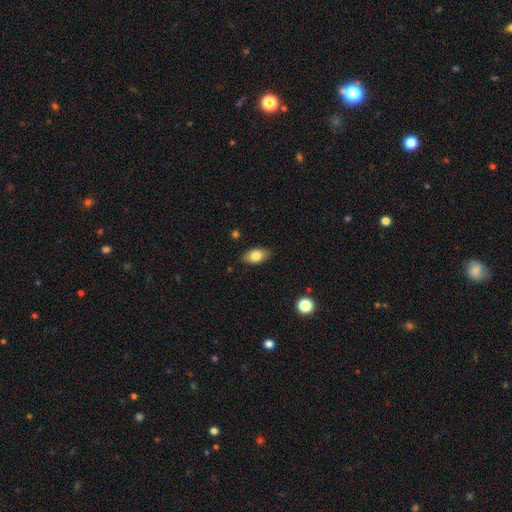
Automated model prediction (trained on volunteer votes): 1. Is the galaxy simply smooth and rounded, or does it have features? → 81% smooth, 12% featured or disk, 7% star or artifact.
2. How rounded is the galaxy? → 91% in between, 6% round, 3% cigar-shaped.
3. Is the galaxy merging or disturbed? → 86% none, 11% minor disturbance, 2% major disturbance, 1% merger.